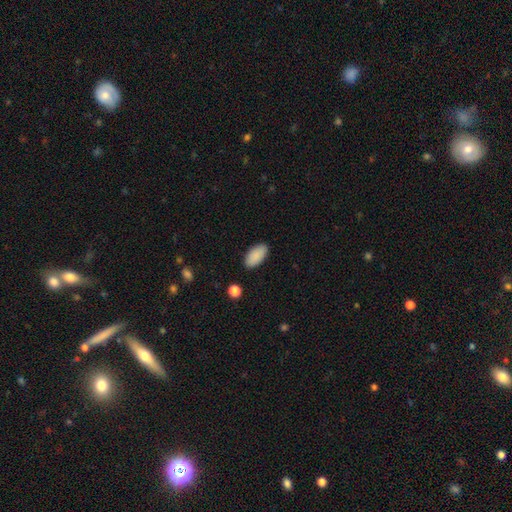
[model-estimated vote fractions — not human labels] Smooth or featured? smooth (90%)
How rounded? in between (94%)
Merging? none (88%)